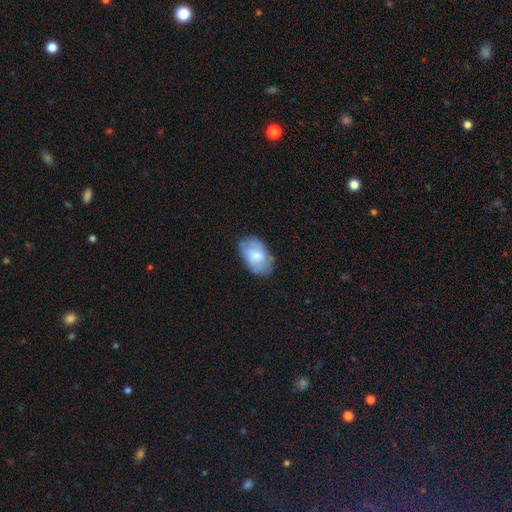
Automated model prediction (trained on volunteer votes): Overall: smooth (65%; featured or disk 28%). How rounded: in between (92%). Merging: none (71%).